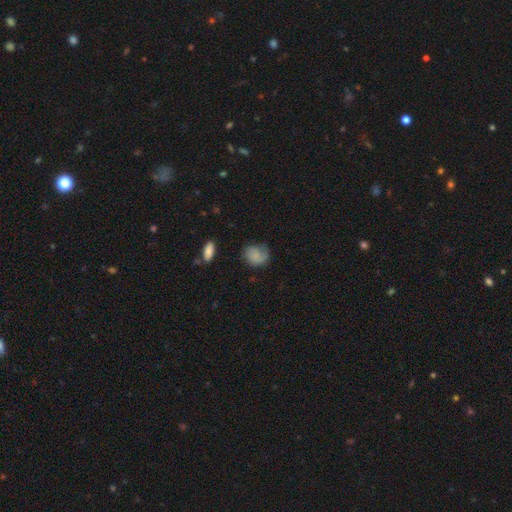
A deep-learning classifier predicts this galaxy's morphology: Smooth or featured: smooth — 69% (featured or disk — 22%)
How rounded: round — 60% (in between — 39%)
Merging: none — 52% (minor disturbance — 28%)